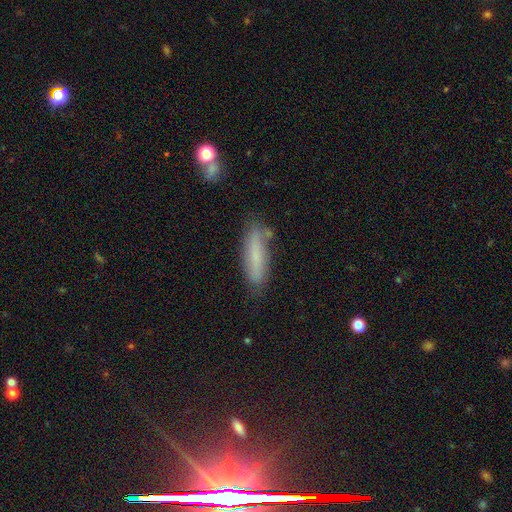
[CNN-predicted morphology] smooth 69%, featured or disk 22%, star or artifact 9%. Down the decision tree: how rounded — cigar-shaped (71%); merging — none (74%).